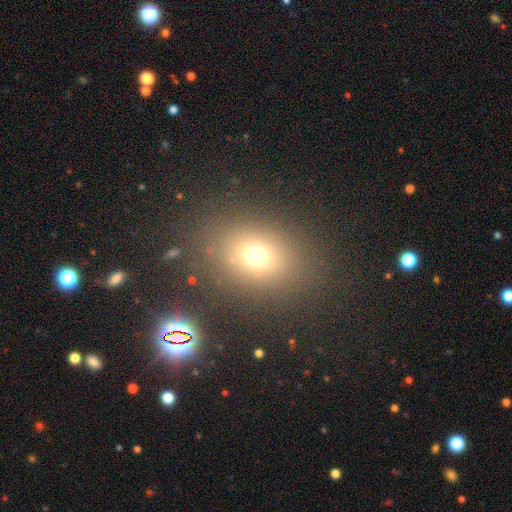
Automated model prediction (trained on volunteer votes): The model was most divided on "how rounded": in between: 52%, round: 47%, cigar-shaped: 1%. More confident: merging — none (80%); smooth or featured — smooth (69%).